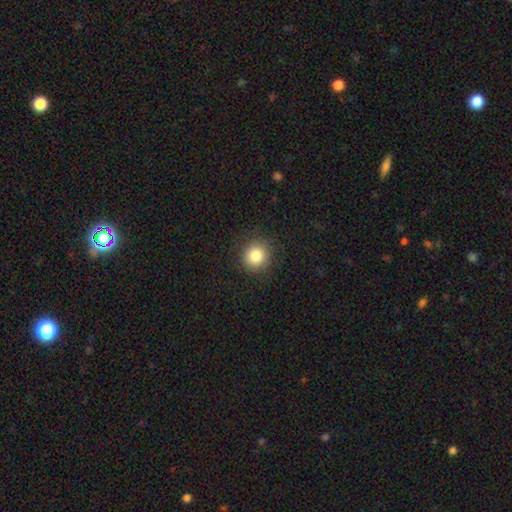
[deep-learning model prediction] This is clearly a smooth galaxy (84%). How rounded: clearly round (90%). Merging: clearly none (90%).